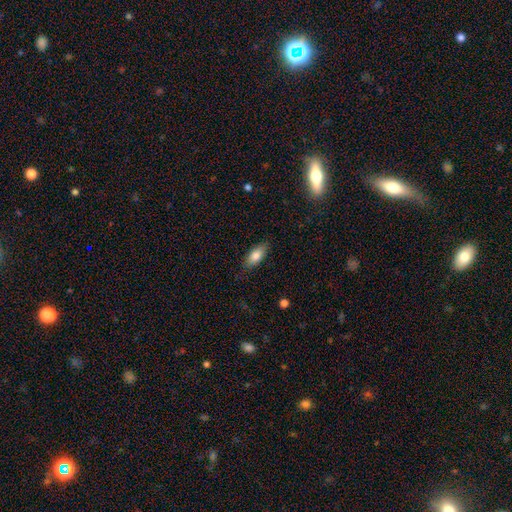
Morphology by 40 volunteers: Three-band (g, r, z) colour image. It shows a smooth galaxy with no disk features (85%) that is in between round and cigar-shaped (71%). Merging: none (83%).